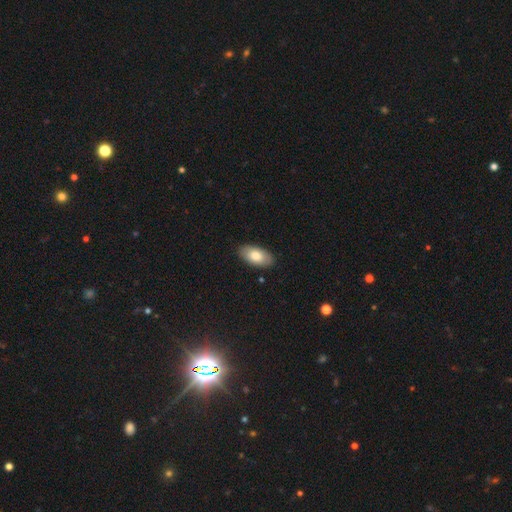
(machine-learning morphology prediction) Overall: smooth (79%). How rounded: in between (95%). Merging: none (88%).